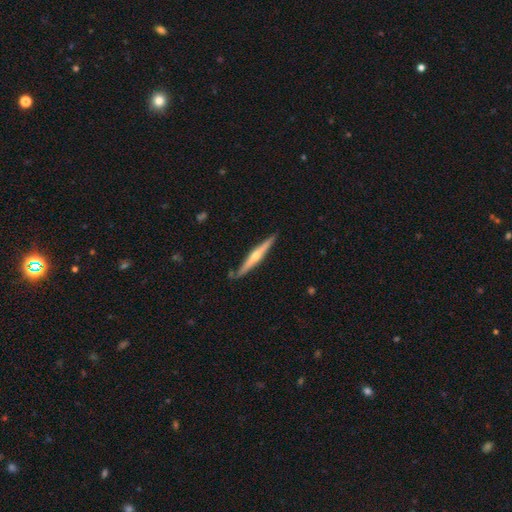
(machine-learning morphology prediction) Smooth or featured? featured or disk (69%)
Edge-on disk? yes (97%)
Edge-on bulge? rounded (85%)
Merging? none (85%)